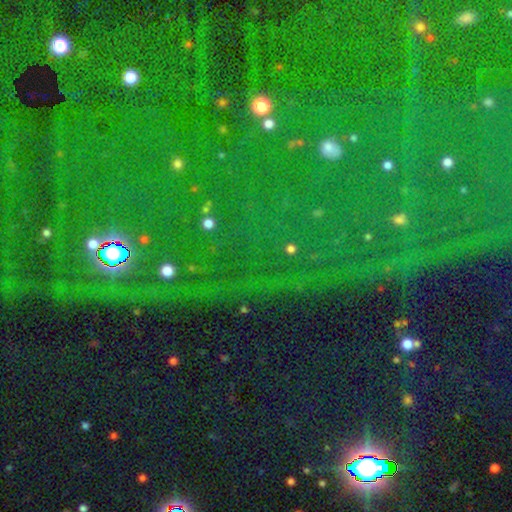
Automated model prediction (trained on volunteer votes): A star or artifact, not a galaxy (85%).

Vote fractions:
- Smooth or featured? star or artifact: 85% / smooth: 8% / featured or disk: 7%